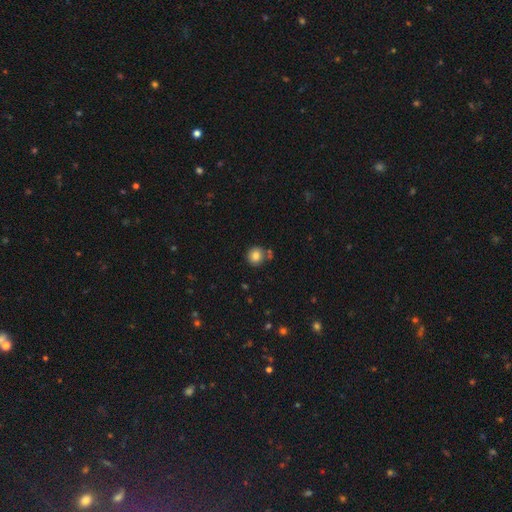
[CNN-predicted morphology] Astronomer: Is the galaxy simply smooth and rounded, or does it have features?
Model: smooth — 82%.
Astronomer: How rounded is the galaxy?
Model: round — 90%.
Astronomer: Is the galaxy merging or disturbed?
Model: none — 76%.